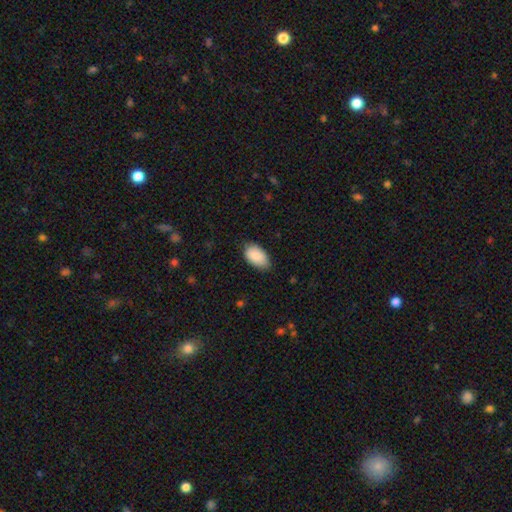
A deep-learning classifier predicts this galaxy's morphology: smooth_or_featured: smooth (p=0.89) [alt: star or artifact p=0.06]
how_rounded: in between (p=0.94) [alt: round p=0.04]
merging: none (p=0.75) [alt: minor disturbance p=0.21]